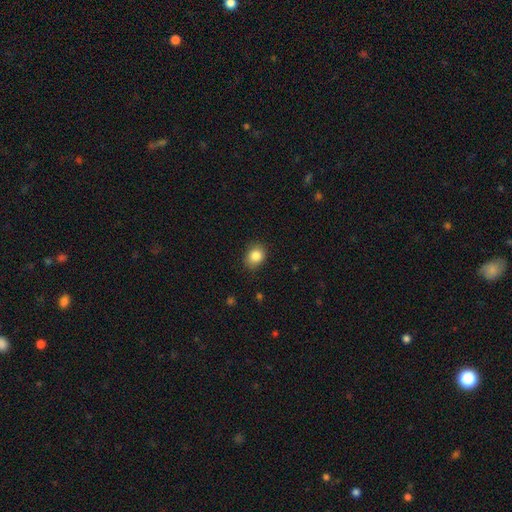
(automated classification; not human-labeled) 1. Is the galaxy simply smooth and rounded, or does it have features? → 86% smooth, 9% star or artifact, 5% featured or disk.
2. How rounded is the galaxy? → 54% round, 45% in between, 1% cigar-shaped.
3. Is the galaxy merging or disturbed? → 83% none, 13% minor disturbance, 3% major disturbance, 1% merger.